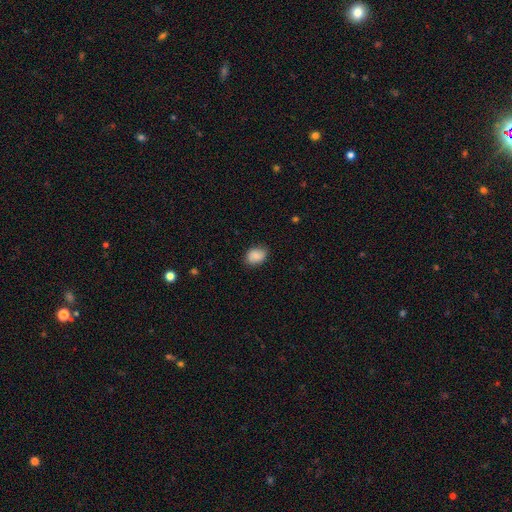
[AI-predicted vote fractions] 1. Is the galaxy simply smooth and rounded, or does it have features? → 85% smooth, 8% star or artifact, 7% featured or disk.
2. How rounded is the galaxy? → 71% in between, 28% round, 1% cigar-shaped.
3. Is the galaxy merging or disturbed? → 80% none, 15% minor disturbance, 3% major disturbance, 1% merger.